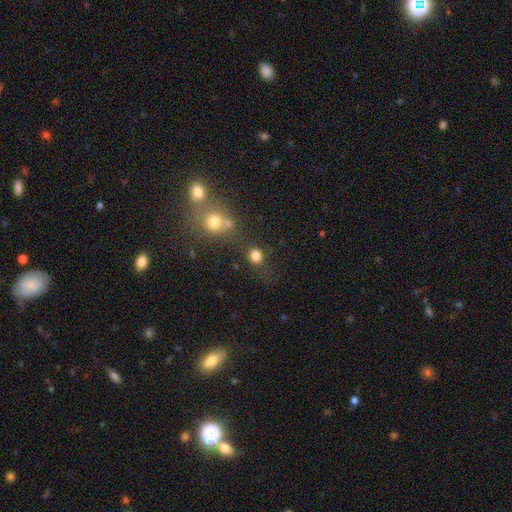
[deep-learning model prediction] Smooth or featured? Predicted: smooth (p=0.81). How rounded? Predicted: round (p=0.82). Merging? Predicted: none (p=0.72).